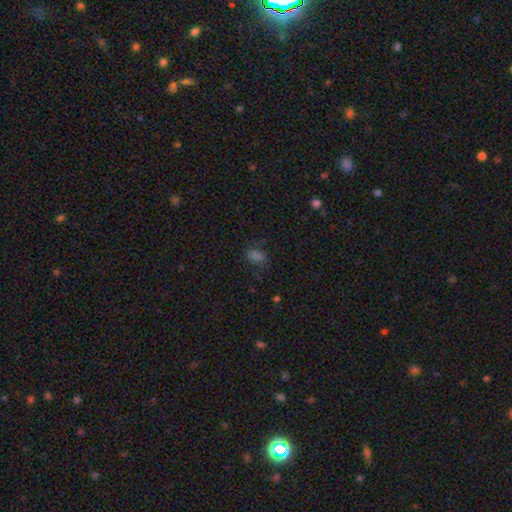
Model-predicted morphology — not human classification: Q: Smooth or featured?
A: smooth (65%); runner-up: star or artifact (26%)
Q: How rounded?
A: in between (78%); runner-up: round (19%)
Q: Merging?
A: none (65%); runner-up: minor disturbance (20%)